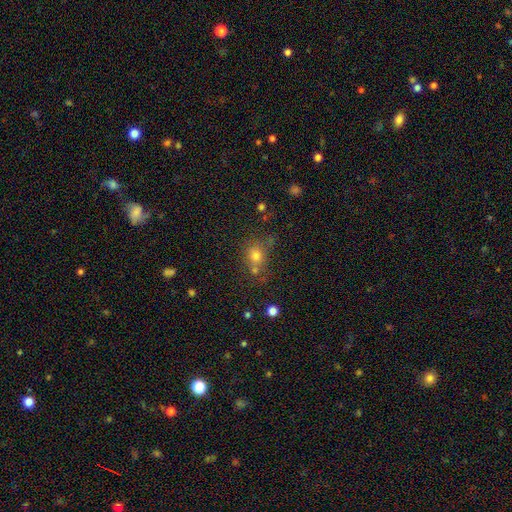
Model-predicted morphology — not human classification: smooth 72%, star or artifact 18%, featured or disk 10%. Down the decision tree: how rounded — round (68%); merging — none (57%).